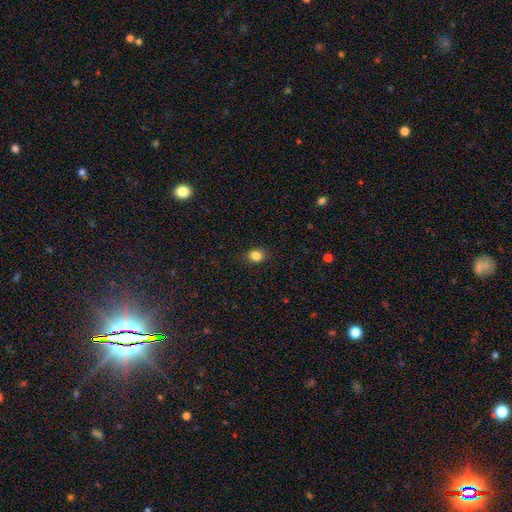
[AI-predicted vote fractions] Smooth or featured: smooth — 84% (star or artifact — 11%)
How rounded: round — 54% (in between — 45%)
Merging: none — 88% (minor disturbance — 9%)